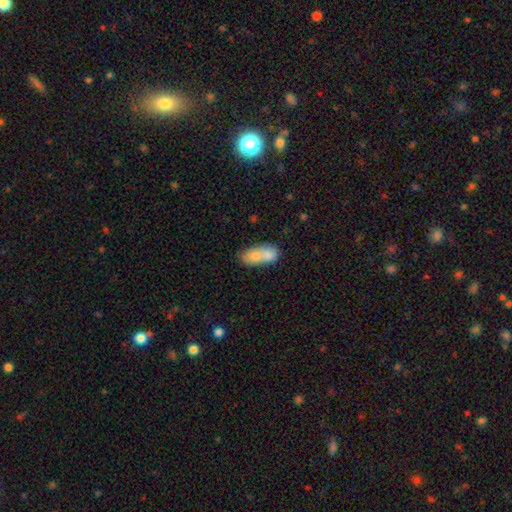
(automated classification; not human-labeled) smooth 73%, featured or disk 19%, star or artifact 8%. Down the decision tree: how rounded — in between (79%); merging — merger (55%).